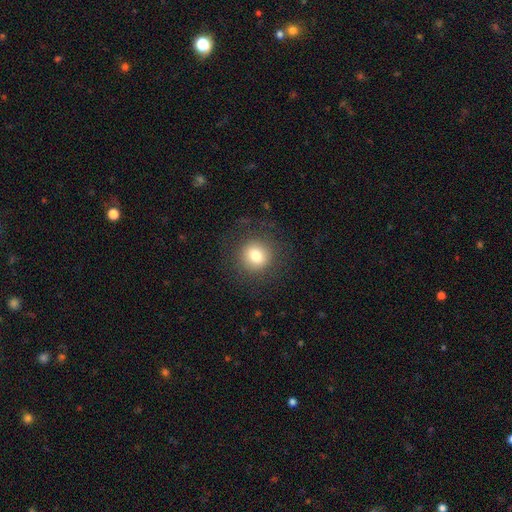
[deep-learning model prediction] Smooth or featured: smooth — 78% (star or artifact — 11%)
How rounded: round — 91% (in between — 8%)
Merging: none — 85% (minor disturbance — 8%)